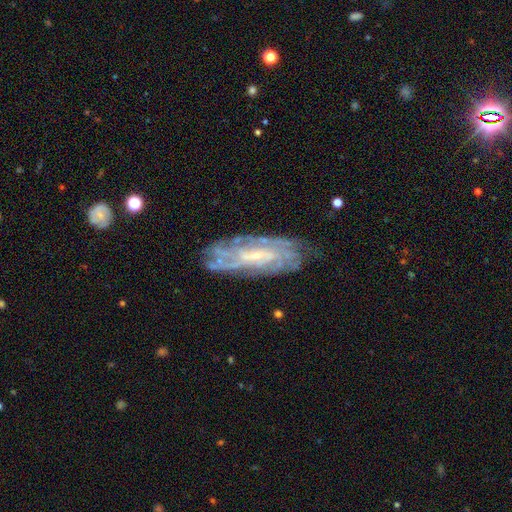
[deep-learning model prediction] This is clearly a featured or disk galaxy (81%). It is clearly not viewed edge-on (88%). Bar: marginally no (44%). Spiral arm pattern: clearly yes (90%). Spiral arm count: possibly can't tell (50%). Spiral winding: likely tight (65%). Central bulge: likely small (72%). Merging: likely none (73%).